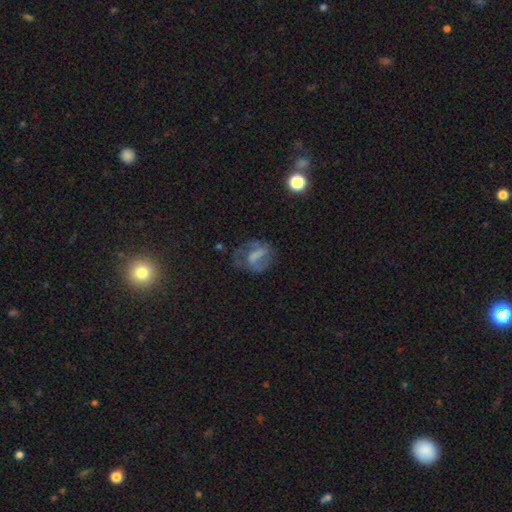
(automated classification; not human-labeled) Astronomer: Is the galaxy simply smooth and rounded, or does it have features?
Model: featured or disk — 51% (runner-up: smooth, 37%).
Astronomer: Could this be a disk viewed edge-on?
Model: no — 96%.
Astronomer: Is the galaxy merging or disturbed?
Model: none — 44% (runner-up: major disturbance, 29%).